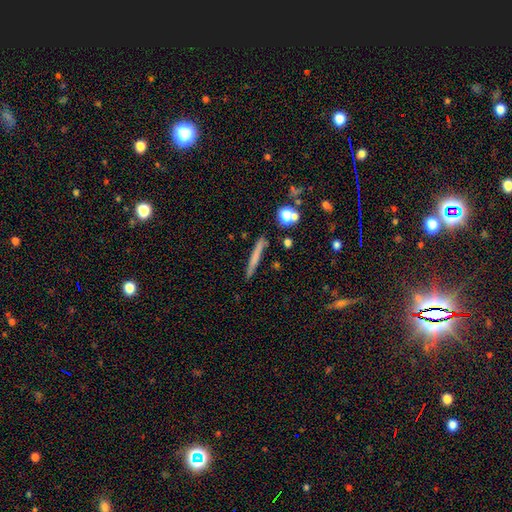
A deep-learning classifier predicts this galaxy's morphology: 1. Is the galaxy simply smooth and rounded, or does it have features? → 63% smooth, 29% featured or disk, 9% star or artifact.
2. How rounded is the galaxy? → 94% cigar-shaped, 3% in between, 3% round.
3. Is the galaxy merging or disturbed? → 86% none, 9% minor disturbance, 3% merger, 2% major disturbance.